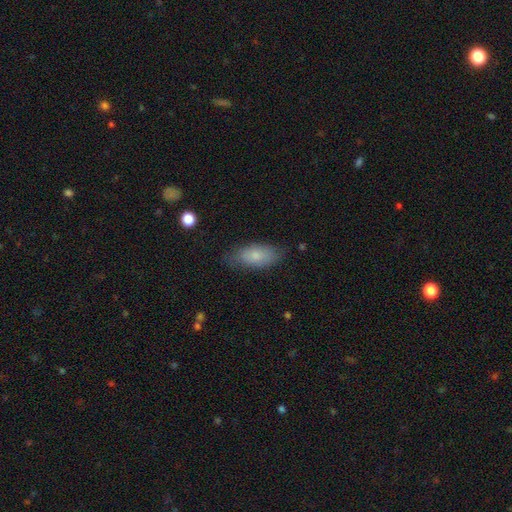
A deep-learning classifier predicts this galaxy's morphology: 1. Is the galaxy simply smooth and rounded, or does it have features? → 78% smooth, 16% featured or disk, 7% star or artifact.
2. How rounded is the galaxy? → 86% in between, 11% cigar-shaped, 3% round.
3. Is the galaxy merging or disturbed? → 75% none, 19% minor disturbance, 4% major disturbance, 1% merger.